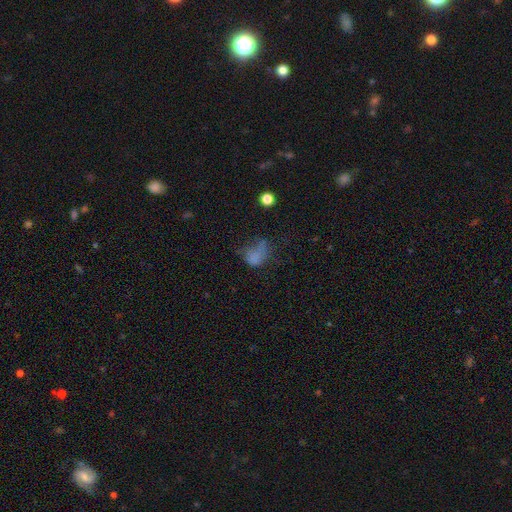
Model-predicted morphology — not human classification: Smooth or featured?
  - smooth: 63% *
  - featured or disk: 19%
  - star or artifact: 18%
How rounded?
  - in between: 68% *
  - round: 30%
  - cigar-shaped: 2%
Merging?
  - major disturbance: 42% *
  - none: 26%
  - minor disturbance: 25%
  - merger: 7%